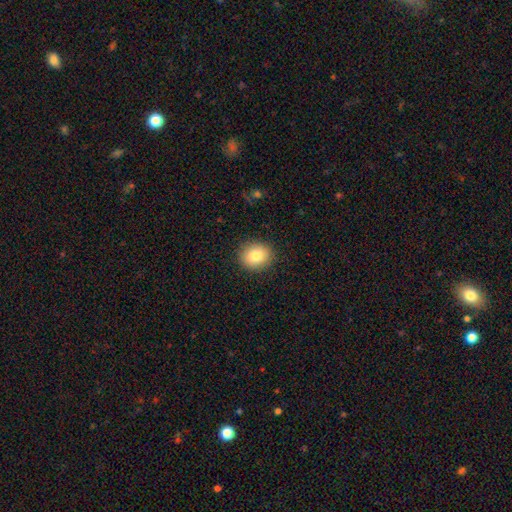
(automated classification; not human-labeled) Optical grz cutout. It shows a smooth galaxy with no disk features (81%) that is round (75%). Merging: none (90%).